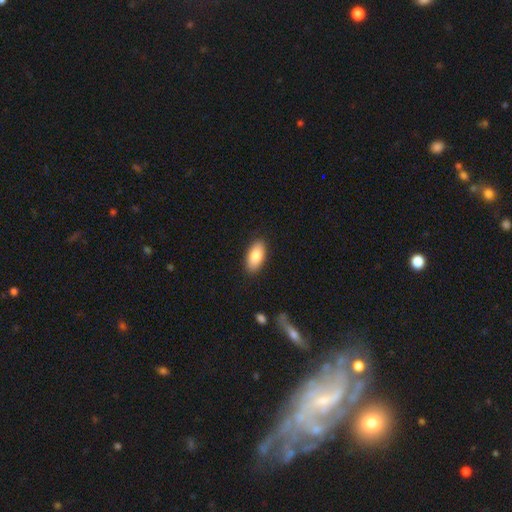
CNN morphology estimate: A smooth galaxy with no disk features (84%) that is in between round and cigar-shaped (92%).

Vote fractions:
- Smooth or featured? smooth: 84% / featured or disk: 10% / star or artifact: 6%
- How rounded? in between: 92% / cigar-shaped: 5% / round: 3%
- Merging? none: 88% / minor disturbance: 9% / major disturbance: 2% / merger: 1%